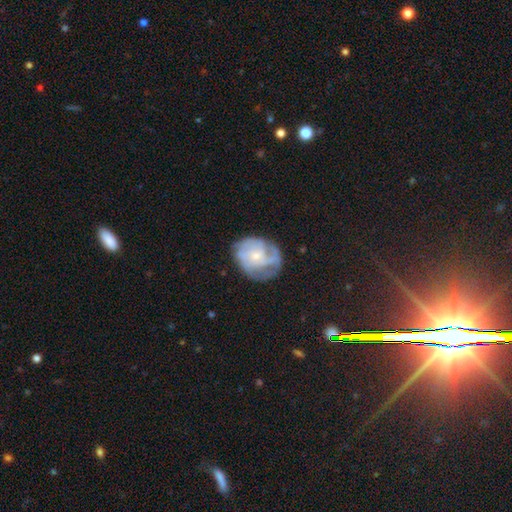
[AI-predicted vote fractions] Smooth or featured?
  - featured or disk: 72% *
  - smooth: 21%
  - star or artifact: 7%
Edge-on disk?
  - no: 98% *
  - yes: 2%
Bar?
  - no: 74% *
  - weak: 23%
  - strong: 3%
Spiral arms?
  - yes: 86% *
  - no: 14%
Spiral winding?
  - tight: 44% *
  - medium: 40%
  - loose: 16%
Spiral arm count?
  - can't tell: 35% *
  - 3: 27%
  - 2: 17%
  - 4: 11%
  - 1: 5%
  - more than 4: 5%
Bulge size?
  - small: 71% *
  - moderate: 23%
  - none: 4%
  - large: 1%
  - dominant: 1%
Merging?
  - none: 60% *
  - minor disturbance: 24%
  - major disturbance: 15%
  - merger: 2%